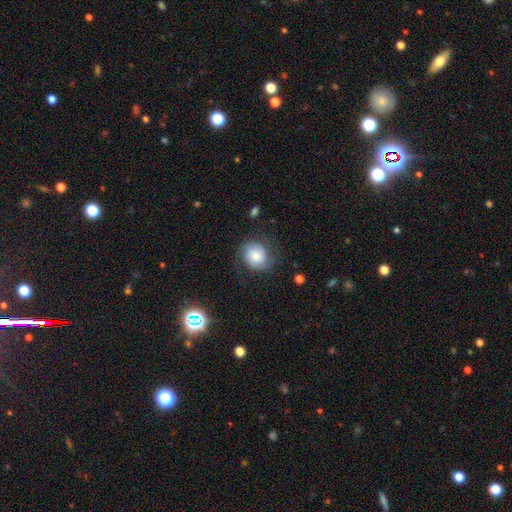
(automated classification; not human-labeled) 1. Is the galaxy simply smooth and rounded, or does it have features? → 58% smooth, 32% featured or disk, 9% star or artifact.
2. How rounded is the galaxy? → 70% round, 29% in between, 1% cigar-shaped.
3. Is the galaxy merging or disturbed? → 69% none, 20% minor disturbance, 10% major disturbance, 1% merger.